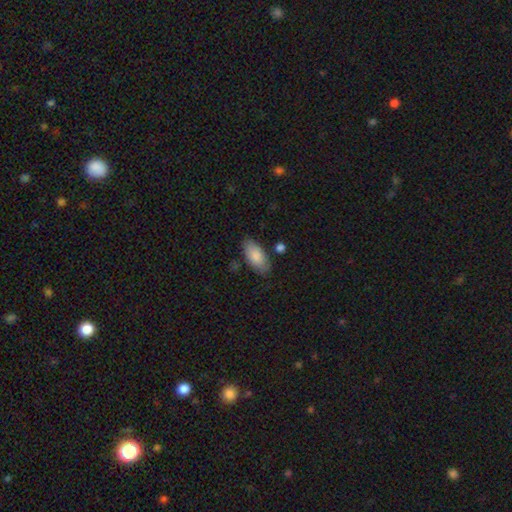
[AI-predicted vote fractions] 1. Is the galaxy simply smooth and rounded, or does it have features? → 85% smooth, 9% featured or disk, 6% star or artifact.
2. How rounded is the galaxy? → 92% in between, 6% cigar-shaped, 2% round.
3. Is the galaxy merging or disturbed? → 78% none, 15% minor disturbance, 4% merger, 3% major disturbance.